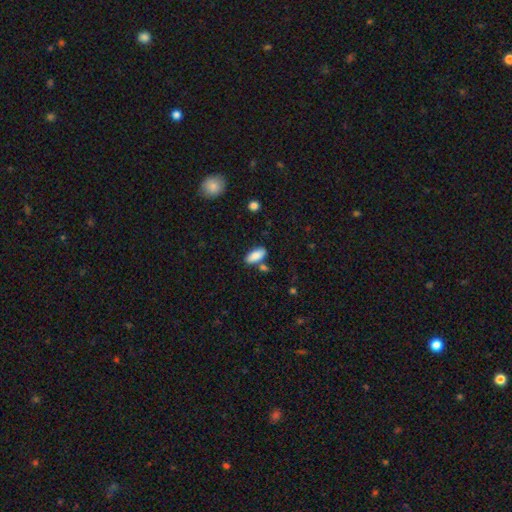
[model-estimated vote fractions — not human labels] A smooth galaxy with no disk features (86%) that is in between round and cigar-shaped (86%). Merging: none (73%).